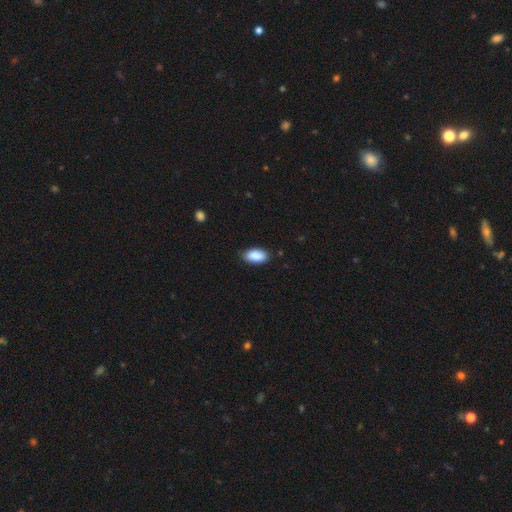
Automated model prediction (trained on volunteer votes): This appears to be a smooth galaxy with no disk features (90%) that is in between round and cigar-shaped (94%). Merging: none (84%).